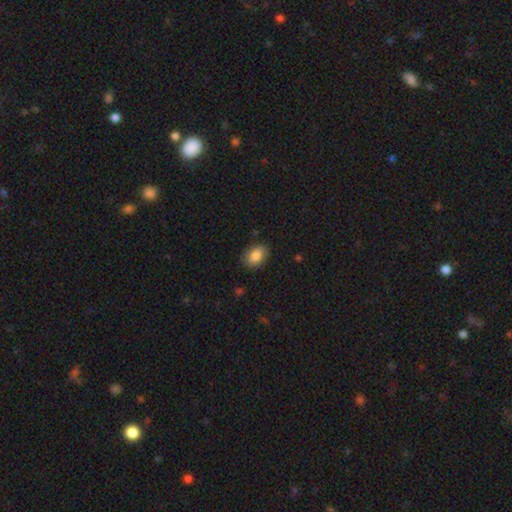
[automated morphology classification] This appears to be a smooth galaxy with no disk features (85%) that is in between round and cigar-shaped (82%). Merging: none (85%).